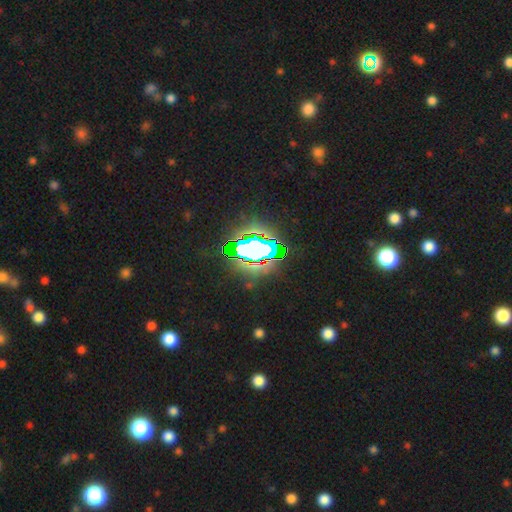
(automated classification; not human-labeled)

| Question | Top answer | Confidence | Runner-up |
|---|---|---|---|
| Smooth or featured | star or artifact | 81% | smooth (11%) |